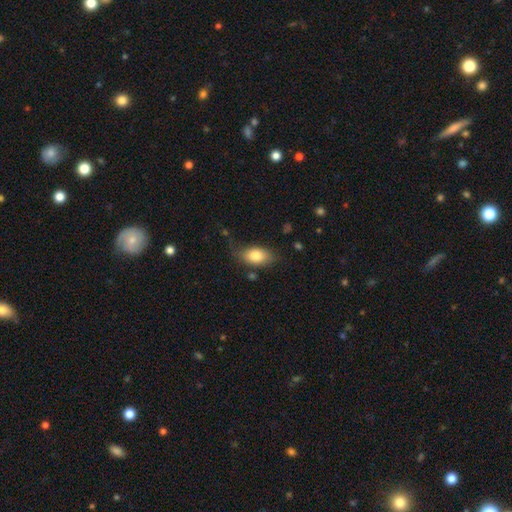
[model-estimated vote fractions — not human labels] smooth-or-featured: smooth: 81% | featured or disk: 12% | star or artifact: 7%
  how-rounded: in between: 89% | round: 8% | cigar-shaped: 3%
  merging: none: 68% | minor disturbance: 22% | major disturbance: 7% | merger: 3%